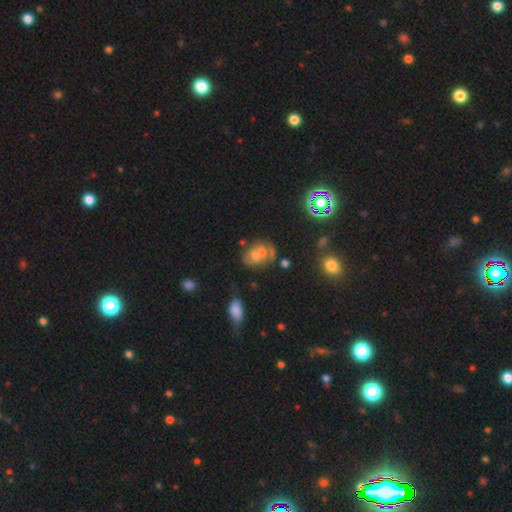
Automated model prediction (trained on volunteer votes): A featured or disk galaxy (41%).

Vote fractions:
- Smooth or featured? featured or disk: 41% / smooth: 37% / star or artifact: 23%
- Merging? none: 44% / merger: 24% / minor disturbance: 20% / major disturbance: 12%